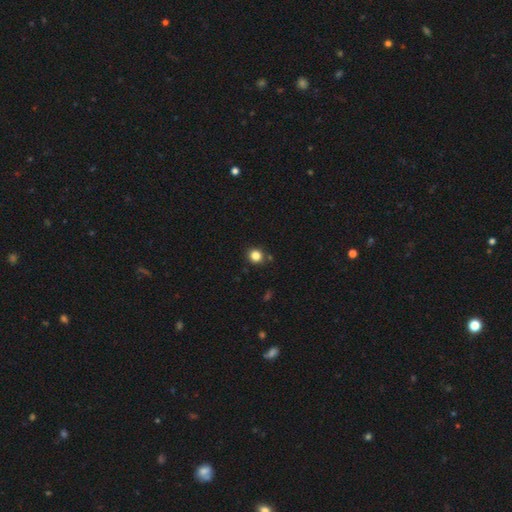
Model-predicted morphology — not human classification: type=smooth (83%); roundness=round (88%); merging=none (86%).